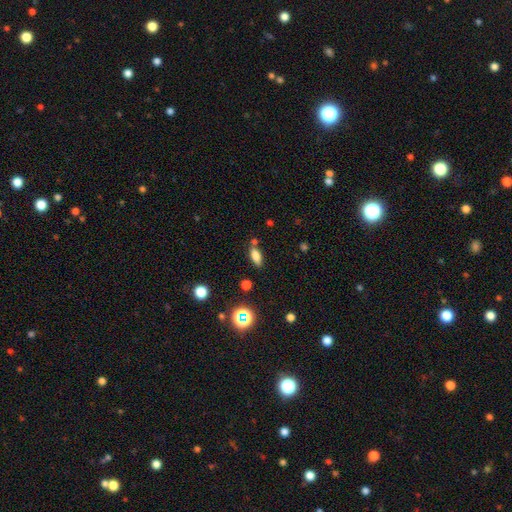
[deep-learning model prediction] Q: Smooth or featured?
A: smooth (76%); runner-up: star or artifact (13%)
Q: How rounded?
A: in between (76%); runner-up: cigar-shaped (19%)
Q: Merging?
A: none (71%); runner-up: minor disturbance (14%)